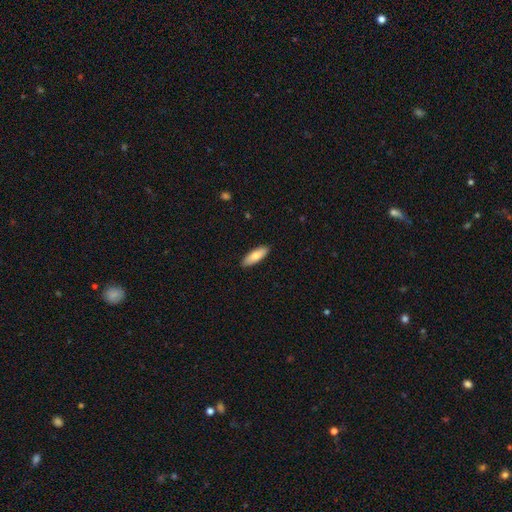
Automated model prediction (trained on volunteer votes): smooth_or_featured: smooth (p=0.79) [alt: featured or disk p=0.15]
how_rounded: in between (p=0.60) [alt: cigar-shaped p=0.38]
merging: none (p=0.90) [alt: minor disturbance p=0.08]